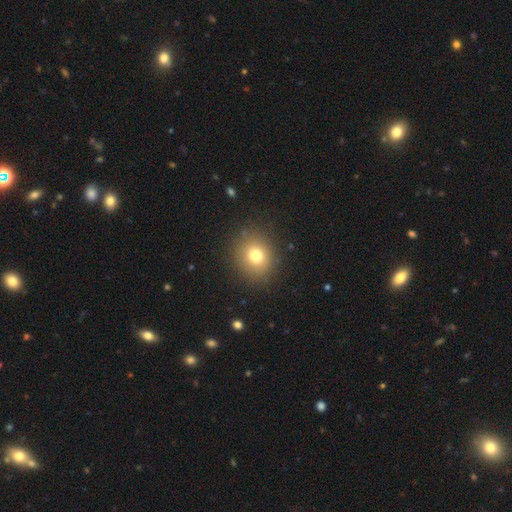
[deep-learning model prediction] Q: Smooth or featured?
A: smooth (76%); runner-up: star or artifact (14%)
Q: How rounded?
A: round (77%); runner-up: in between (22%)
Q: Merging?
A: none (88%); runner-up: minor disturbance (8%)